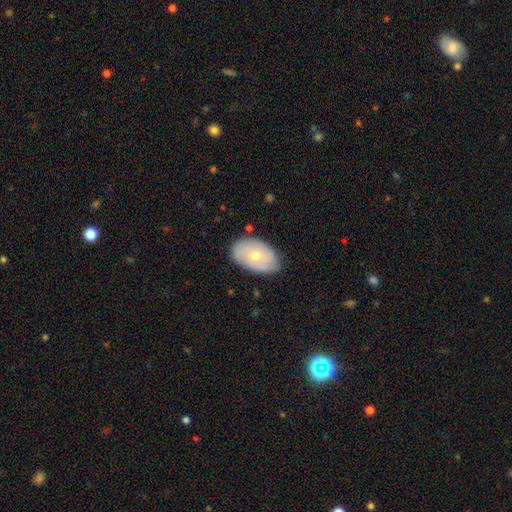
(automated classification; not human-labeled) Smooth or featured? smooth (57%)
How rounded? in between (89%)
Merging? none (80%)